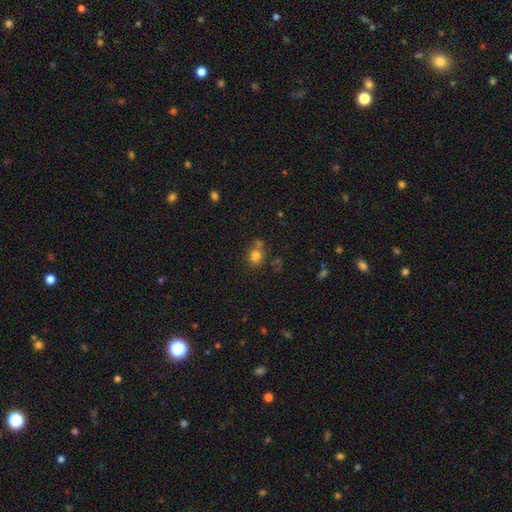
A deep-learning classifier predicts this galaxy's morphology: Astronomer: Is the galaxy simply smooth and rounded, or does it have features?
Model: smooth — 79%.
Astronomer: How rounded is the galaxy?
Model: round — 82%.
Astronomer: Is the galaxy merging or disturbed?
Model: none — 62%.